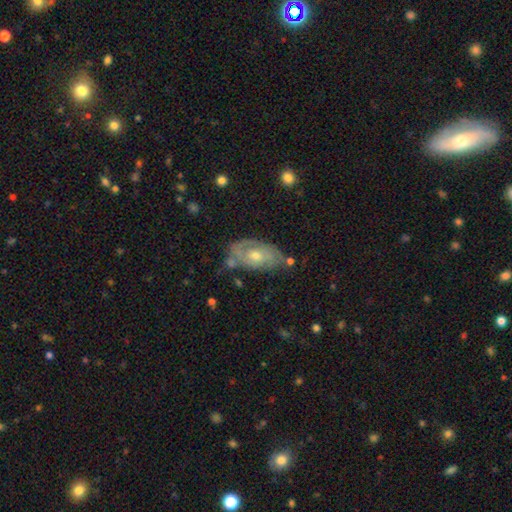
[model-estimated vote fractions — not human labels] This appears to be a featured or disk galaxy (64%) with no bar (76%), spiral arms (68%) and a moderate central bulge (57%). Merging: none (59%).